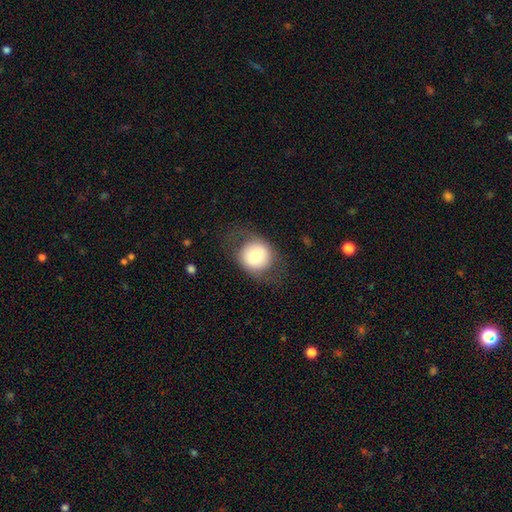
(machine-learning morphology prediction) This appears to be a smooth galaxy with no disk features (68%) that is round (81%). Merging: none (69%).